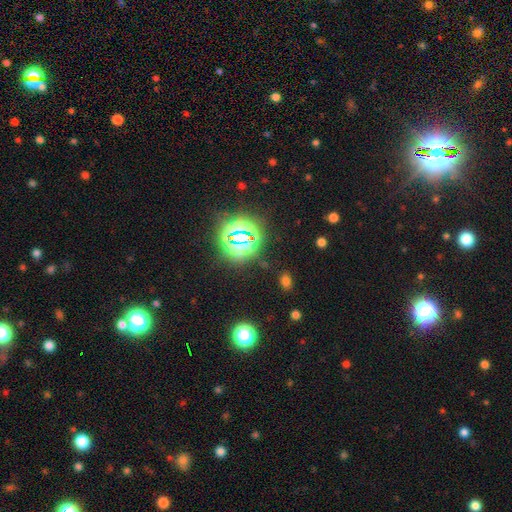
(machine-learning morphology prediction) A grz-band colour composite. It shows a star or artifact, not a galaxy (80%).